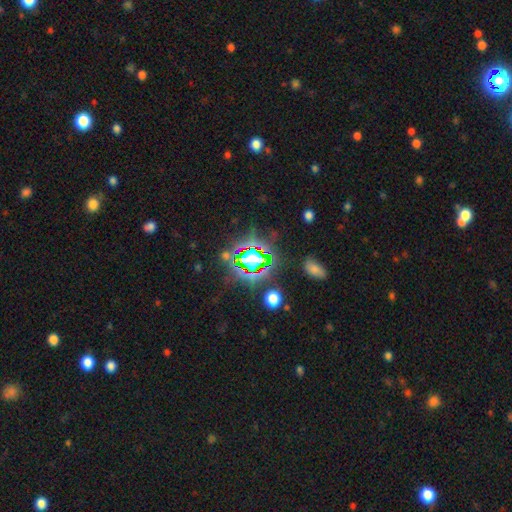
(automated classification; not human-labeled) A star or artifact, not a galaxy (74%).